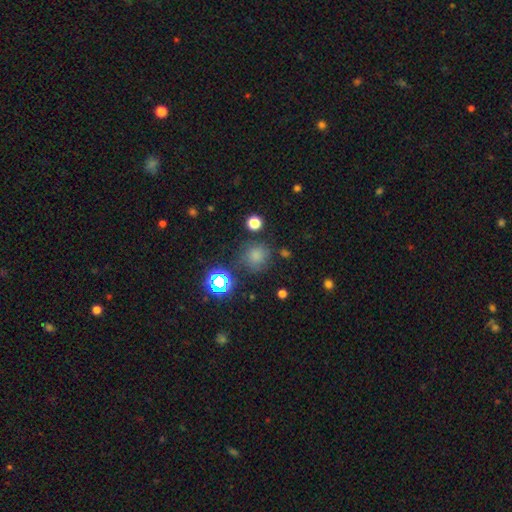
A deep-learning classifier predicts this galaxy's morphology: type=smooth (72%); roundness=round (90%); merging=none (75%).